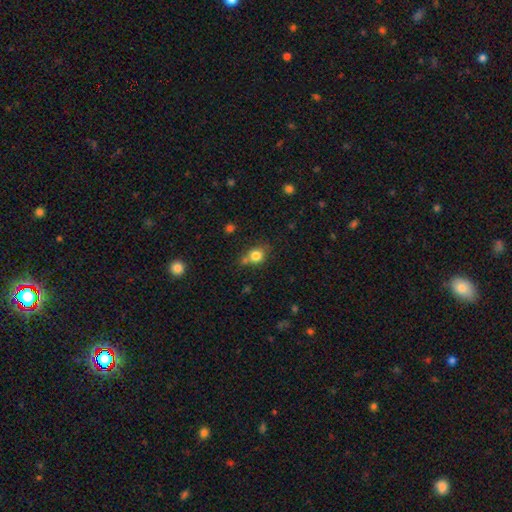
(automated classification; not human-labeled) smooth_or_featured: smooth (p=0.81) [alt: star or artifact p=0.11]
how_rounded: round (p=0.73) [alt: in between p=0.26]
merging: none (p=0.58) [alt: merger p=0.18]